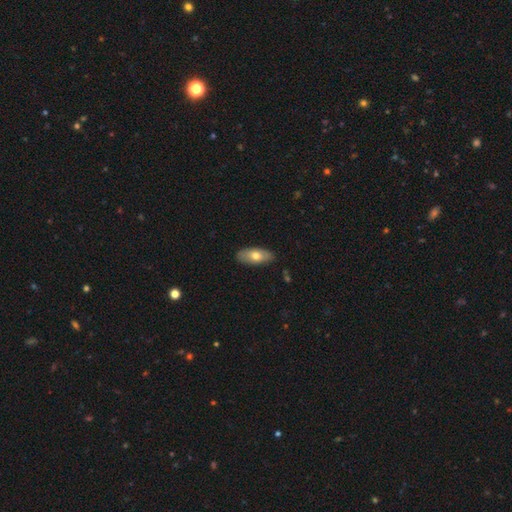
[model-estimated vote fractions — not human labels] A smooth galaxy with no disk features (67%) that is in between round and cigar-shaped (84%).

Vote fractions:
- Smooth or featured? smooth: 67% / featured or disk: 27% / star or artifact: 6%
- How rounded? in between: 84% / cigar-shaped: 13% / round: 3%
- Merging? none: 86% / minor disturbance: 11% / major disturbance: 2% / merger: 1%